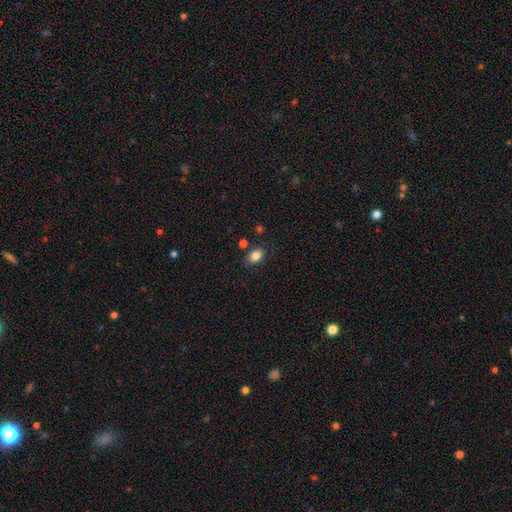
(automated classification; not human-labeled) This is clearly a smooth galaxy (84%). How rounded: likely in between (77%). Merging: clearly none (81%).